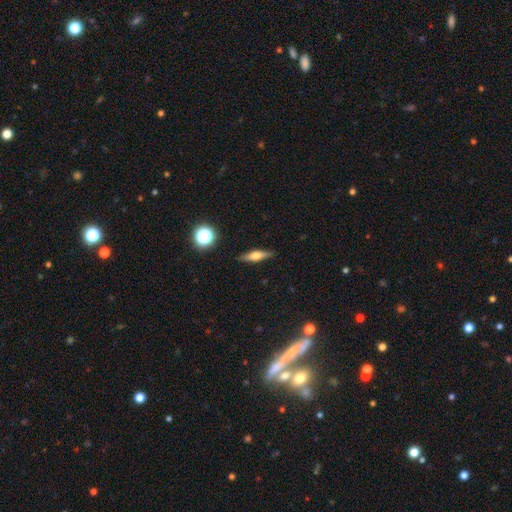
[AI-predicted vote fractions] This is possibly a smooth galaxy (48%). Merging: clearly none (88%).